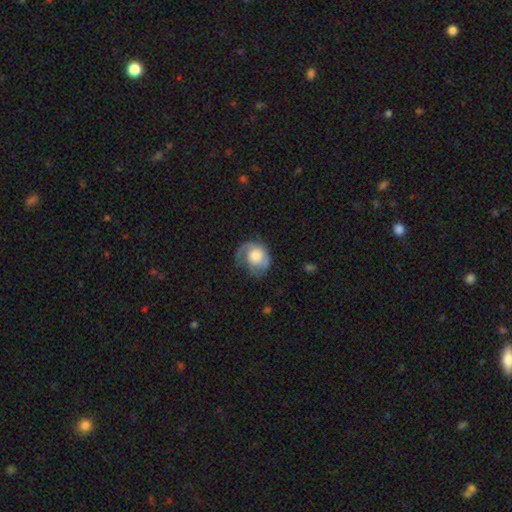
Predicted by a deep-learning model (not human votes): Smooth or featured? Predicted: featured or disk (p=0.52). Edge-on disk? Predicted: no (p=0.98). Bar? Predicted: no (p=0.81). Spiral arms? Predicted: yes (p=0.78). Bulge size? Predicted: large (p=0.52). Merging? Predicted: none (p=0.48).